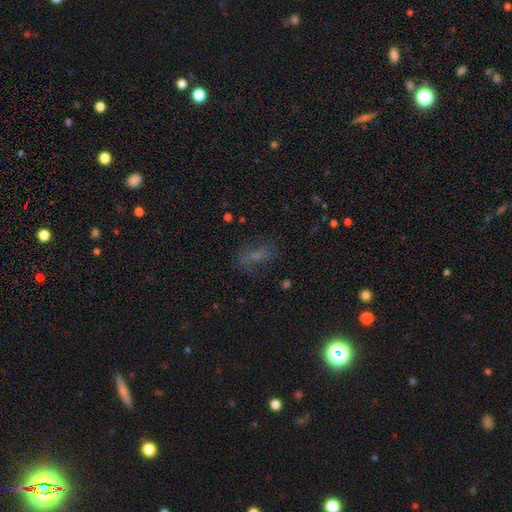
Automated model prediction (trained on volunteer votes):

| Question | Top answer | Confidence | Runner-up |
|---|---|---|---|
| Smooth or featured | smooth | 46% | star or artifact (28%) |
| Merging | none | 65% | minor disturbance (19%) |